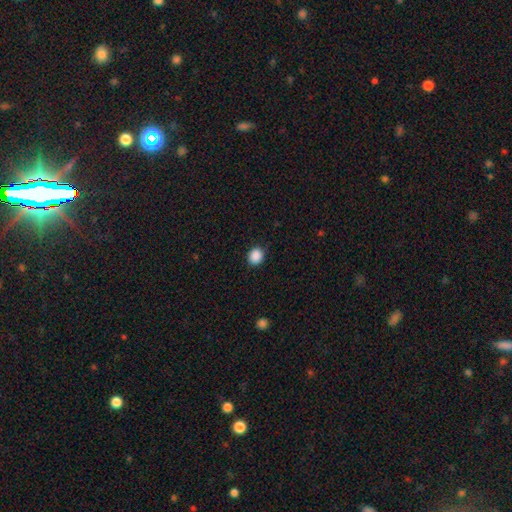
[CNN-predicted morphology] A smooth galaxy with no disk features (89%) that is round (68%).

Vote fractions:
- Smooth or featured? smooth: 89% / star or artifact: 9% / featured or disk: 2%
- How rounded? round: 68% / in between: 31% / cigar-shaped: 1%
- Merging? none: 87% / minor disturbance: 9% / major disturbance: 2% / merger: 1%